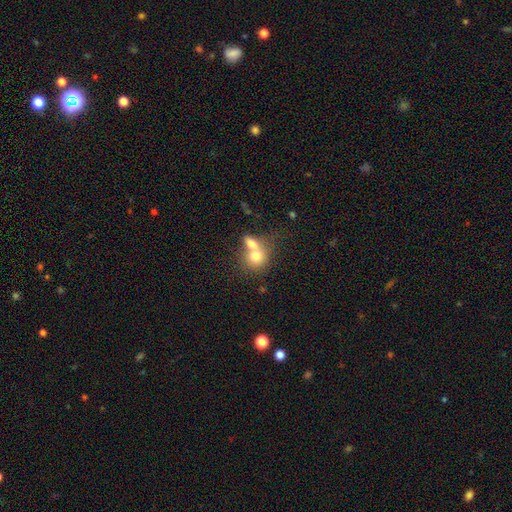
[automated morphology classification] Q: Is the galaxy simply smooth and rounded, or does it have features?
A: smooth — 72%.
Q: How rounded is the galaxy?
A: round — 68%.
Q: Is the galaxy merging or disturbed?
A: merger — 65%.